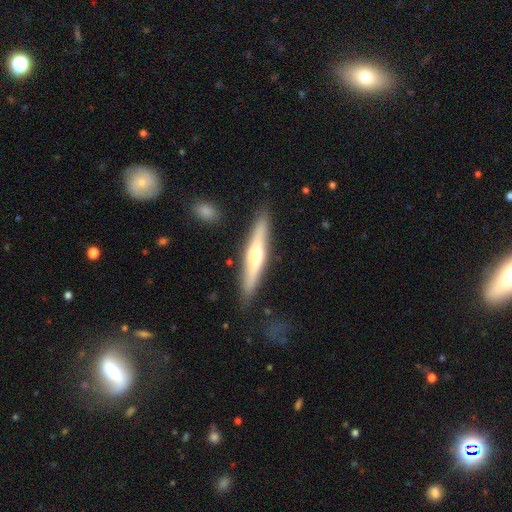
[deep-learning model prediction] The model was most divided on "smooth or featured": featured or disk: 51%, smooth: 44%, star or artifact: 6%. More confident: edge-on disk — yes (92%); merging — none (85%).